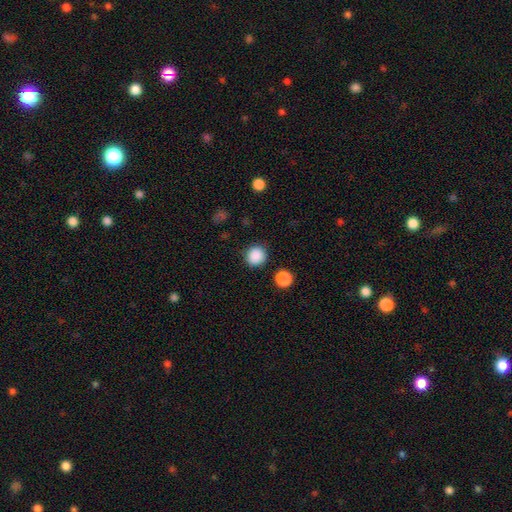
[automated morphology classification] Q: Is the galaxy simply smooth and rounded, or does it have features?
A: smooth — 87%.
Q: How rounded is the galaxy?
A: round — 92%.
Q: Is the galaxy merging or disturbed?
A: none — 88%.